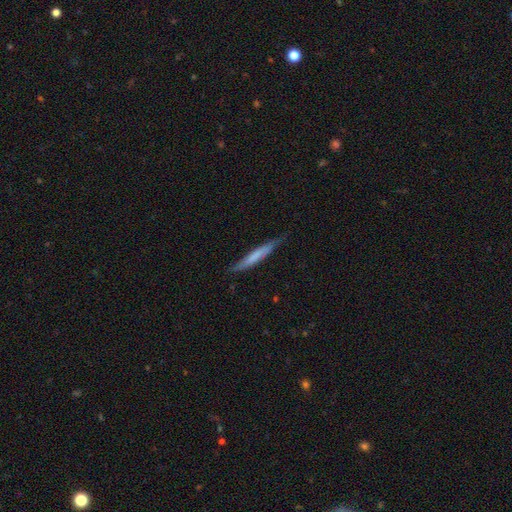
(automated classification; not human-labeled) This appears to be a smooth galaxy with no disk features (58%) that is cigar-shaped (95%). Merging: none (78%).